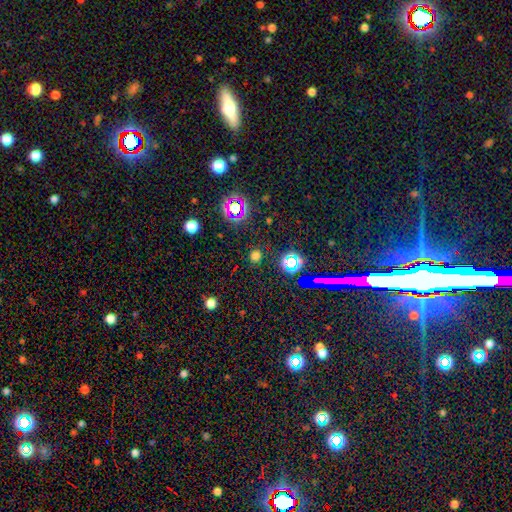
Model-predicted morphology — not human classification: Smooth or featured: smooth — 56% (star or artifact — 38%)
How rounded: round — 86% (in between — 13%)
Merging: none — 87% (minor disturbance — 8%)